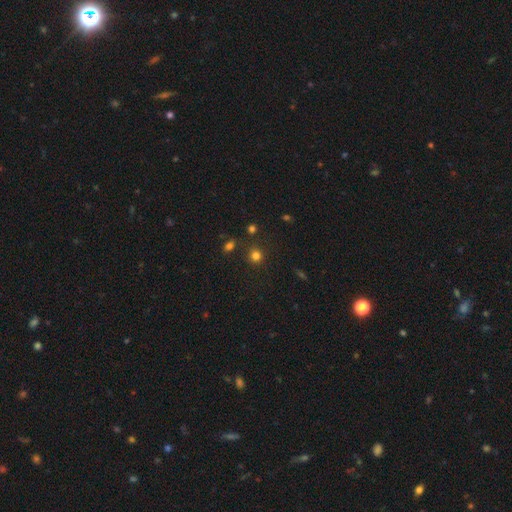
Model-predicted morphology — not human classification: This appears to be a smooth galaxy with no disk features (76%) that is round (89%). Merging: none (81%).